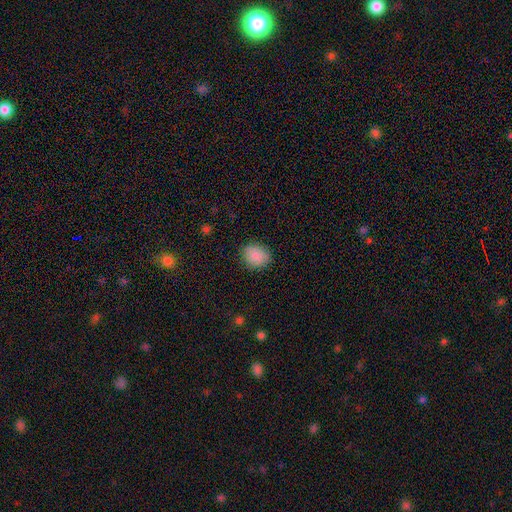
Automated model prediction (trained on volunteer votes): Smooth or featured? Predicted: smooth (p=0.86). How rounded? Predicted: round (p=0.53). Merging? Predicted: none (p=0.86).